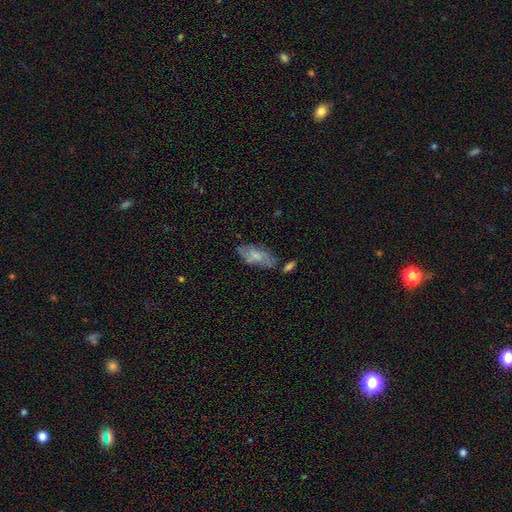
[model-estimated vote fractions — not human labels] The model was most divided on "smooth or featured": smooth: 62%, featured or disk: 31%, star or artifact: 7%. More confident: how rounded — in between (83%); merging — none (59%).